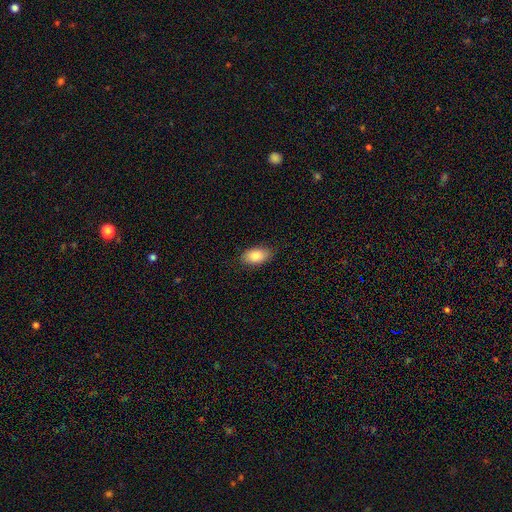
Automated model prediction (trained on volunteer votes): Smooth or featured?
  - smooth: 86% *
  - featured or disk: 8%
  - star or artifact: 7%
How rounded?
  - in between: 93% *
  - round: 4%
  - cigar-shaped: 2%
Merging?
  - none: 86% *
  - minor disturbance: 11%
  - major disturbance: 2%
  - merger: 1%